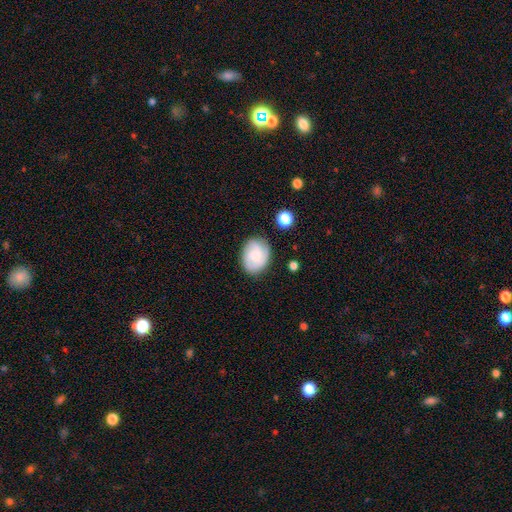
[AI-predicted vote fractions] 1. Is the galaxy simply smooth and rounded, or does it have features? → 53% featured or disk, 39% smooth, 8% star or artifact.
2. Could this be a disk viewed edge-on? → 97% no, 3% yes.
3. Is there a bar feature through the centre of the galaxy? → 69% no, 27% weak, 3% strong.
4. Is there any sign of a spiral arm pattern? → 92% yes, 8% no.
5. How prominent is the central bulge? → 54% small, 32% moderate, 9% none, 4% large, 2% dominant.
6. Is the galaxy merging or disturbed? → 77% none, 16% minor disturbance, 4% major disturbance, 2% merger.